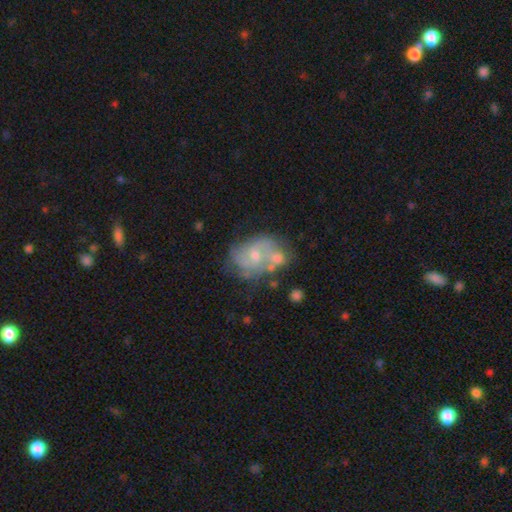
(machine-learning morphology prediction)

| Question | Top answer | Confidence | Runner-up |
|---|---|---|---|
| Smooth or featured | featured or disk | 67% | smooth (24%) |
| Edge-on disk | no | 98% | yes (2%) |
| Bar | no | 67% | weak (29%) |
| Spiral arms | yes | 70% | no (30%) |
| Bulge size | small | 50% | moderate (43%) |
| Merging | none | 37% | merger (32%) |